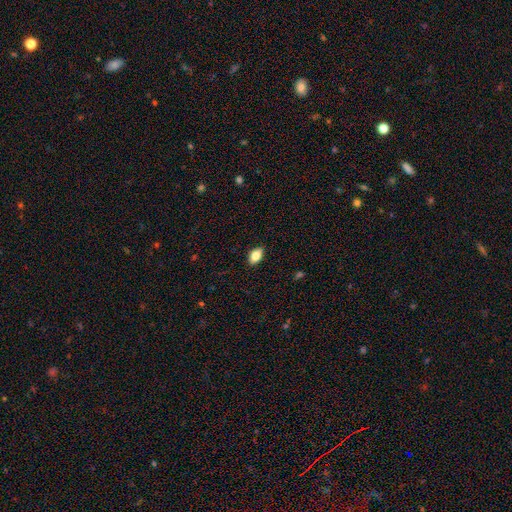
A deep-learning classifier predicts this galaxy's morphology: Smooth or featured? Predicted: smooth (p=0.82). How rounded? Predicted: in between (p=0.88). Merging? Predicted: none (p=0.87).